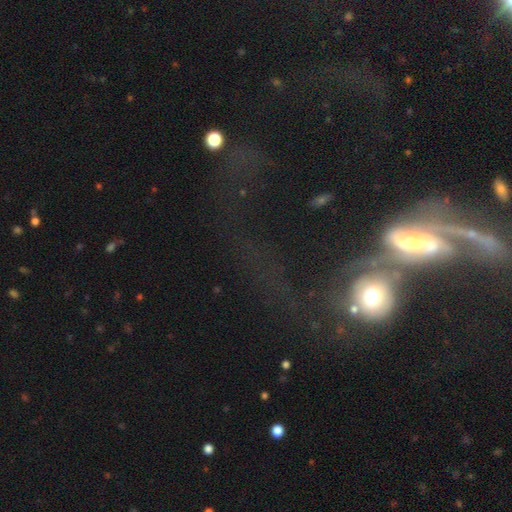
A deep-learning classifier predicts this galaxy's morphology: Smooth or featured? featured or disk (49%)
Merging? merger (57%)